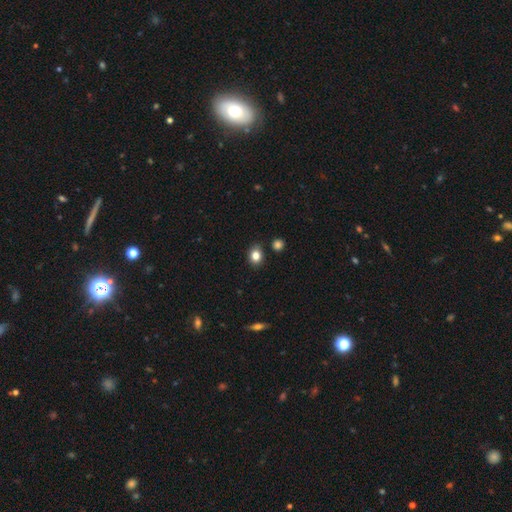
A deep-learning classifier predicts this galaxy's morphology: This is clearly a smooth galaxy (82%). How rounded: possibly round (53%). Merging: clearly none (83%).